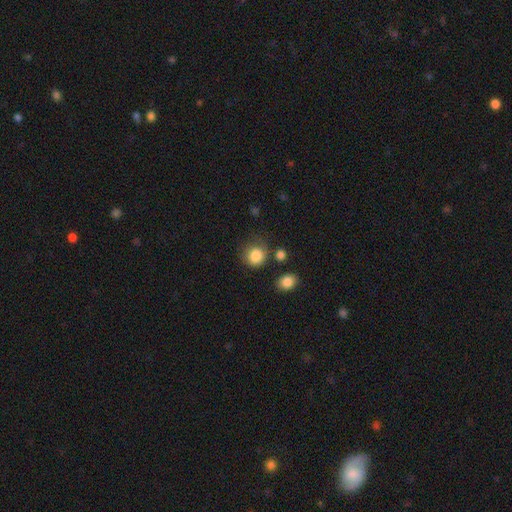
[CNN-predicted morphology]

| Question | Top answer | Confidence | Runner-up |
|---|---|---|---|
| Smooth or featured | smooth | 86% | star or artifact (9%) |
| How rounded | round | 85% | in between (14%) |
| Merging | none | 70% | minor disturbance (18%) |